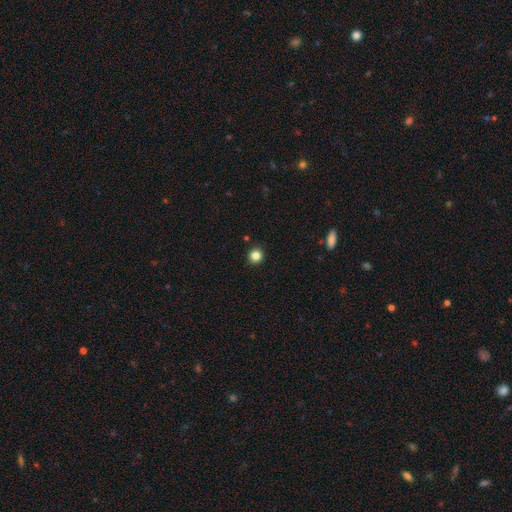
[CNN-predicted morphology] Smooth or featured? smooth (84%)
How rounded? round (91%)
Merging? none (91%)